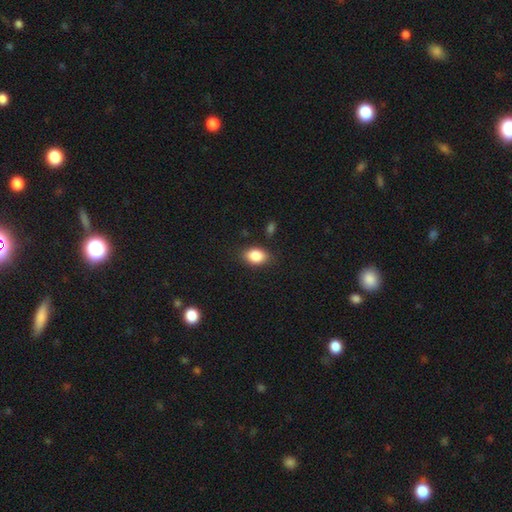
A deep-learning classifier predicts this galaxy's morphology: A smooth galaxy with no disk features (86%) that is in between round and cigar-shaped (81%).

Vote fractions:
- Smooth or featured? smooth: 86% / star or artifact: 8% / featured or disk: 6%
- How rounded? in between: 81% / round: 18% / cigar-shaped: 1%
- Merging? none: 83% / minor disturbance: 12% / major disturbance: 3% / merger: 2%